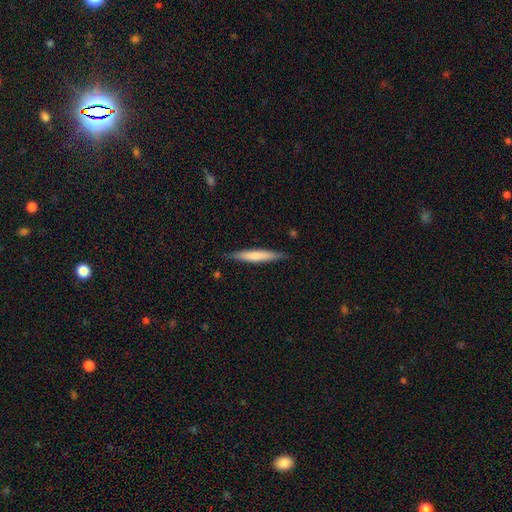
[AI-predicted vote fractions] This is likely a smooth galaxy (65%). How rounded: clearly cigar-shaped (93%). Merging: clearly none (86%).